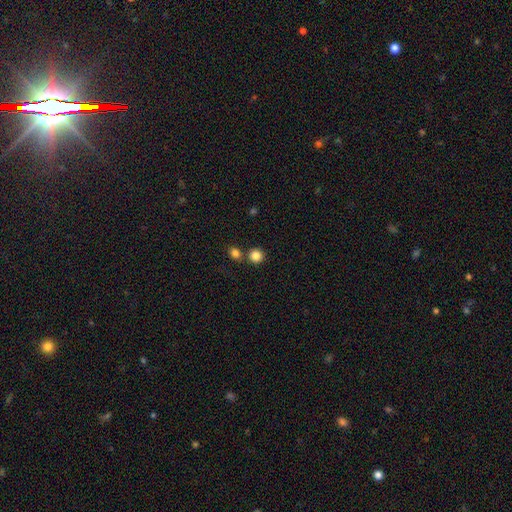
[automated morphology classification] type=smooth (85%); roundness=round (90%); merging=none (70%).